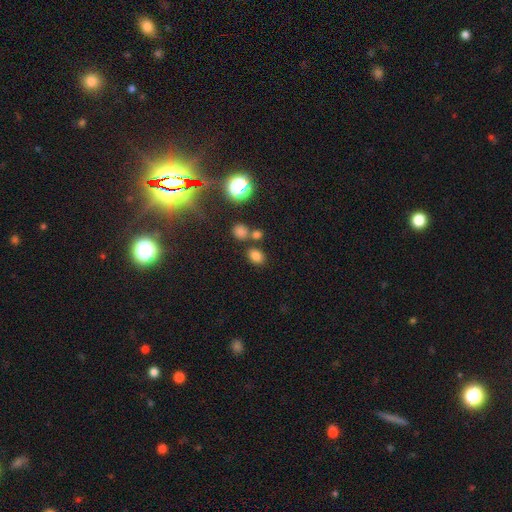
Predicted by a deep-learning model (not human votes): Smooth or featured?
  - smooth: 78% *
  - star or artifact: 16%
  - featured or disk: 6%
How rounded?
  - in between: 63% *
  - round: 36%
  - cigar-shaped: 1%
Merging?
  - none: 70% *
  - merger: 16%
  - minor disturbance: 10%
  - major disturbance: 4%